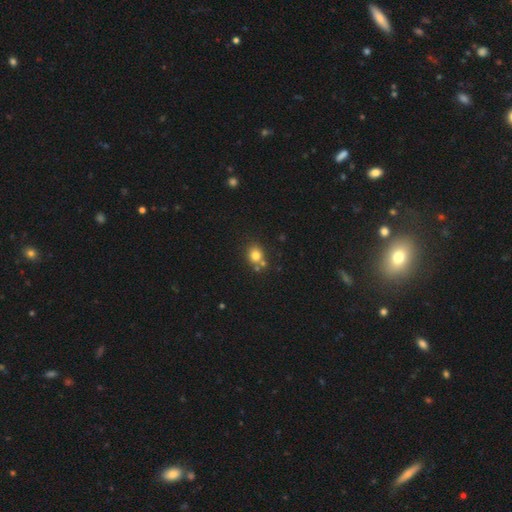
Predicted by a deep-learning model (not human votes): smooth 79%, star or artifact 13%, featured or disk 9%. Down the decision tree: how rounded — round (71%); merging — none (65%).